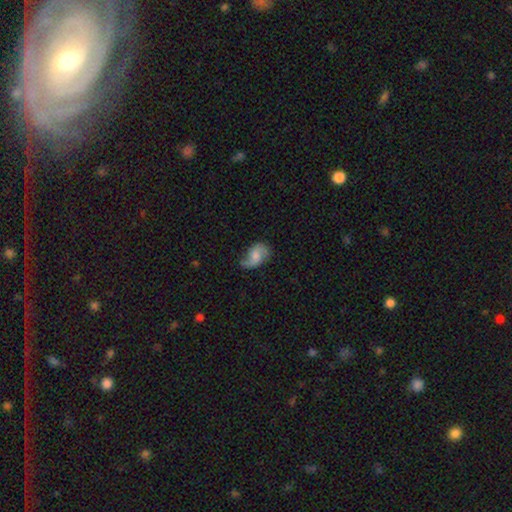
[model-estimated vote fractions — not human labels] Smooth or featured? Predicted: featured or disk (p=0.50). Merging? Predicted: none (p=0.49).